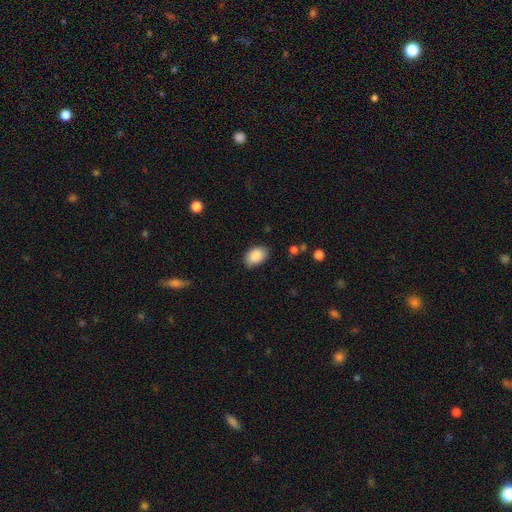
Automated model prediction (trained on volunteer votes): A smooth galaxy with no disk features (88%) that is in between round and cigar-shaped (87%).

Vote fractions:
- Smooth or featured? smooth: 88% / star or artifact: 7% / featured or disk: 5%
- How rounded? in between: 87% / round: 12% / cigar-shaped: 1%
- Merging? none: 84% / minor disturbance: 13% / major disturbance: 2% / merger: 1%